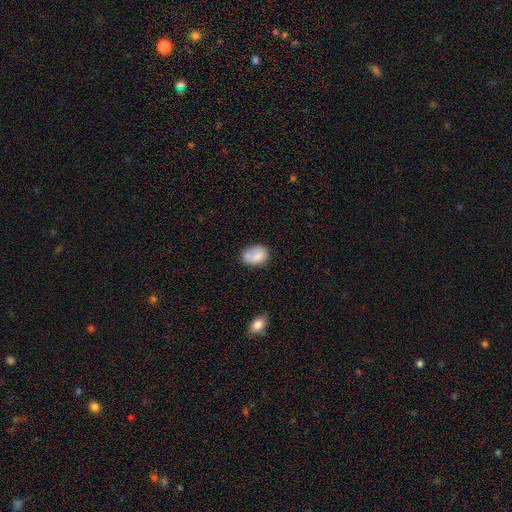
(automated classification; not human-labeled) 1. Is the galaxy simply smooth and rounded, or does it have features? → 77% smooth, 15% featured or disk, 8% star or artifact.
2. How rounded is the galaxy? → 70% in between, 28% round, 1% cigar-shaped.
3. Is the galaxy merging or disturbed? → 49% none, 22% minor disturbance, 22% merger, 7% major disturbance.